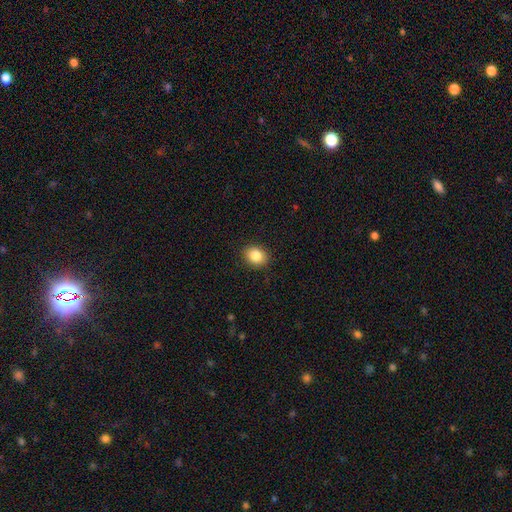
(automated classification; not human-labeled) Smooth or featured? smooth (85%)
How rounded? in between (53%)
Merging? none (90%)